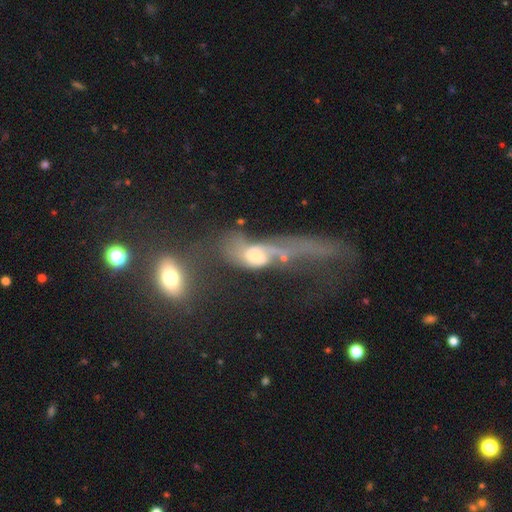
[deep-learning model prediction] A featured or disk galaxy (54%). Merging: major disturbance (48%).